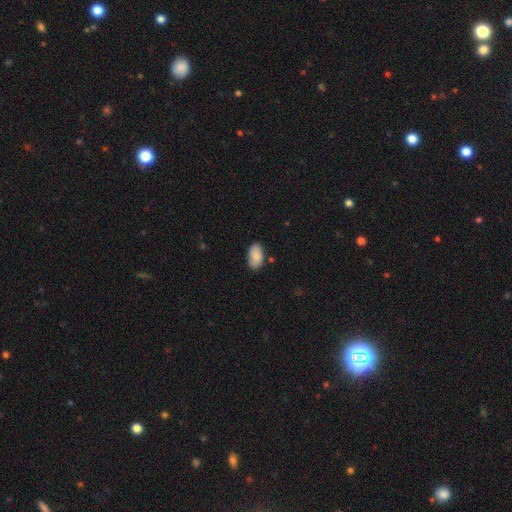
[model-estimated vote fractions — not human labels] This appears to be a smooth galaxy with no disk features (86%) that is in between round and cigar-shaped (95%). Merging: none (81%).